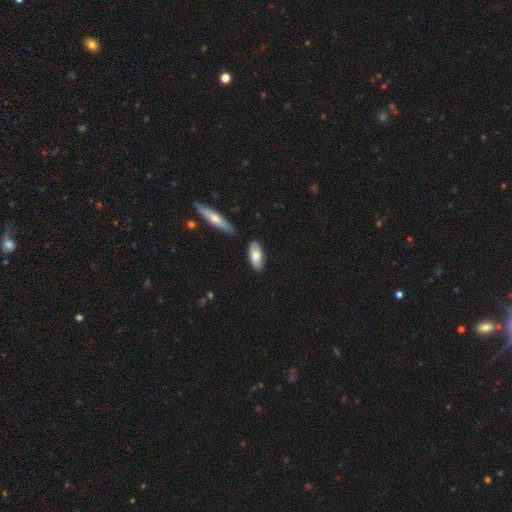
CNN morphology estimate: smooth 76%, featured or disk 19%, star or artifact 5%. Down the decision tree: how rounded — in between (85%); merging — none (80%).